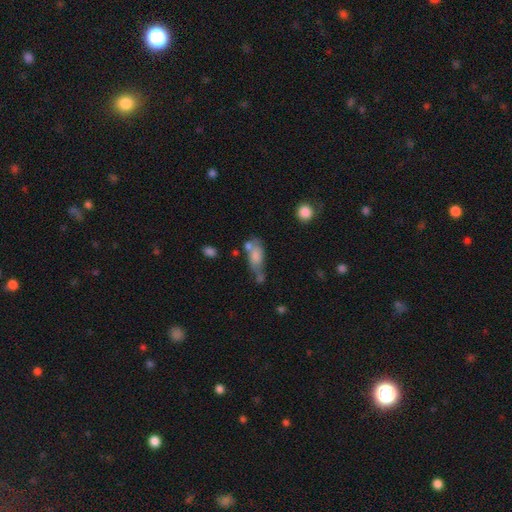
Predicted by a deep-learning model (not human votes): Overall: smooth (69%). How rounded: in between (79%). Merging: merger (33%; none 28%).